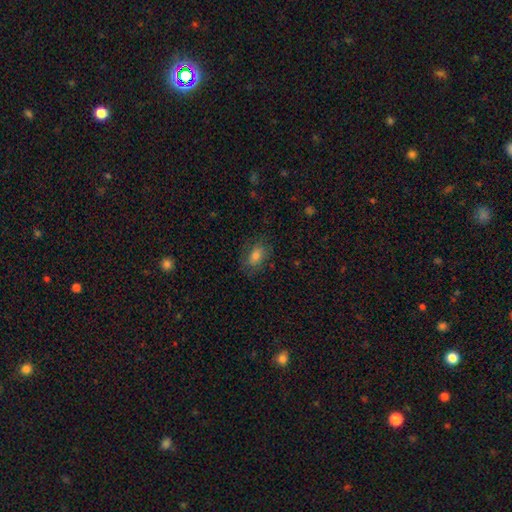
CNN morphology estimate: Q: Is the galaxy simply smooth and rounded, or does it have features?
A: smooth — 73%.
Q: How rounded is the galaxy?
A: in between — 83%.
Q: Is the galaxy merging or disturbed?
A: none — 78%.